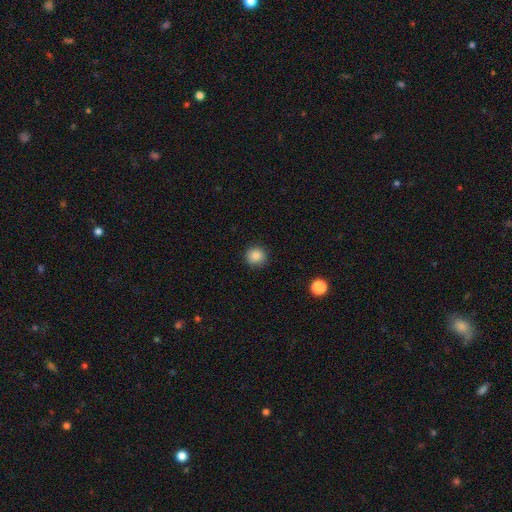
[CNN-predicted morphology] Smooth or featured: smooth — 86% (star or artifact — 10%)
How rounded: round — 92% (in between — 7%)
Merging: none — 89% (minor disturbance — 8%)